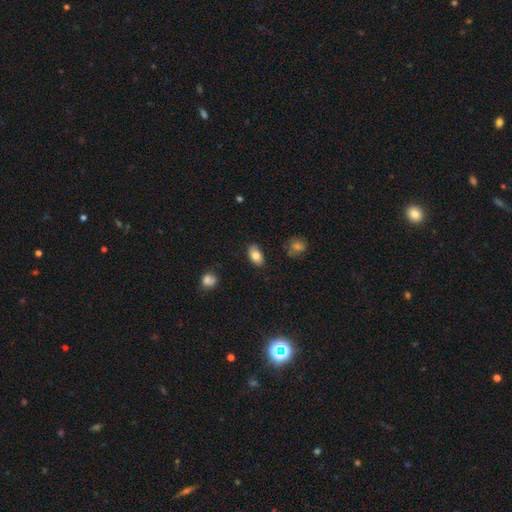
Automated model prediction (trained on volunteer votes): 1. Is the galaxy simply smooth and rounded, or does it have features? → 79% smooth, 14% featured or disk, 7% star or artifact.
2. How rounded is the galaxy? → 92% in between, 5% round, 3% cigar-shaped.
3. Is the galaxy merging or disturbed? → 83% none, 13% minor disturbance, 3% major disturbance, 2% merger.